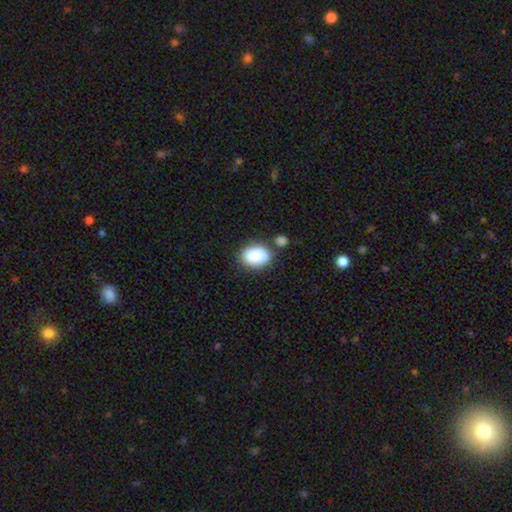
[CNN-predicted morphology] This appears to be a smooth galaxy with no disk features (86%) that is in between round and cigar-shaped (71%). Merging: none (68%).